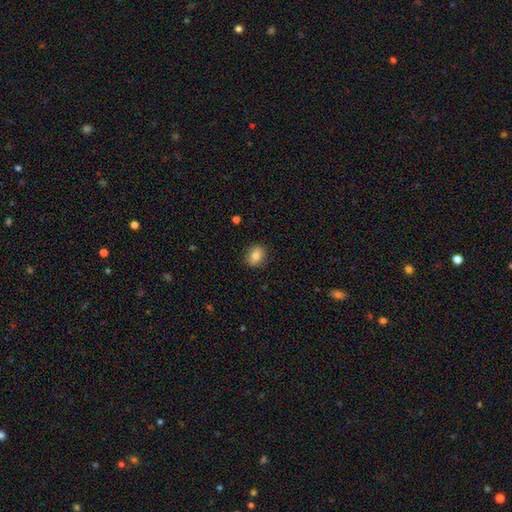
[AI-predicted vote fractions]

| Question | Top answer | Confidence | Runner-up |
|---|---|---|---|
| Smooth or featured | smooth | 79% | featured or disk (12%) |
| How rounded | round | 57% | in between (42%) |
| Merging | none | 87% | minor disturbance (9%) |